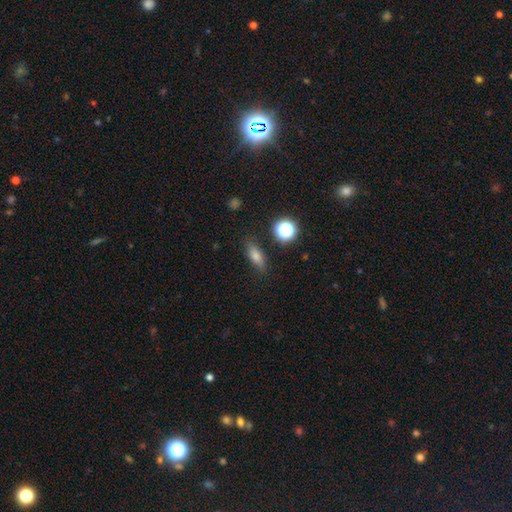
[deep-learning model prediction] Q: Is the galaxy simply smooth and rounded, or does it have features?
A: smooth — 72%.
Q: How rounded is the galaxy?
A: in between — 59%.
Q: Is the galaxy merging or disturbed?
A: none — 82%.